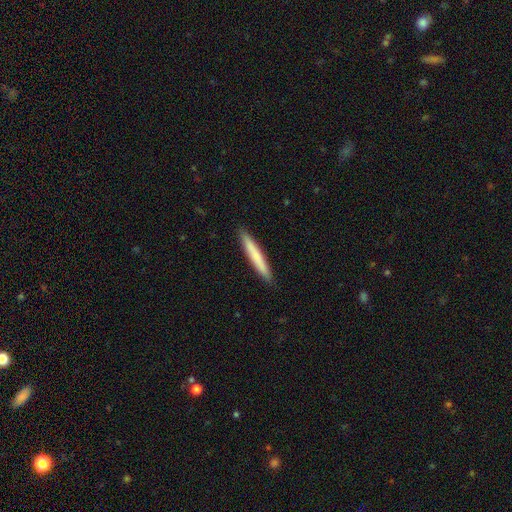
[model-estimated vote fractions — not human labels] A smooth galaxy with no disk features (73%) that is cigar-shaped (96%).

Vote fractions:
- Smooth or featured? smooth: 73% / featured or disk: 22% / star or artifact: 5%
- How rounded? cigar-shaped: 96% / in between: 3% / round: 1%
- Merging? none: 92% / minor disturbance: 6% / major disturbance: 1% / merger: 1%